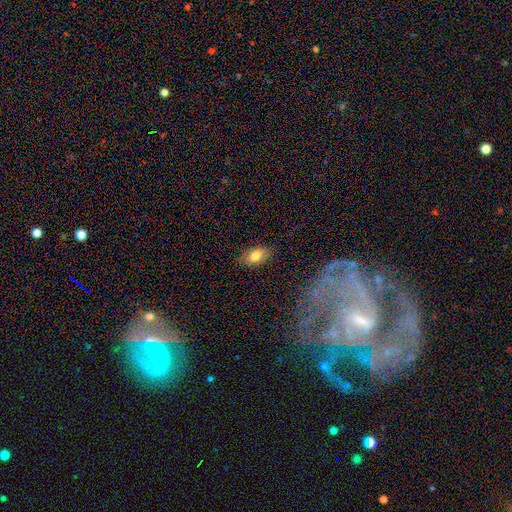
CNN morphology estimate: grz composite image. It shows a smooth galaxy with no disk features (77%) that is in between round and cigar-shaped (91%). Merging: none (84%).